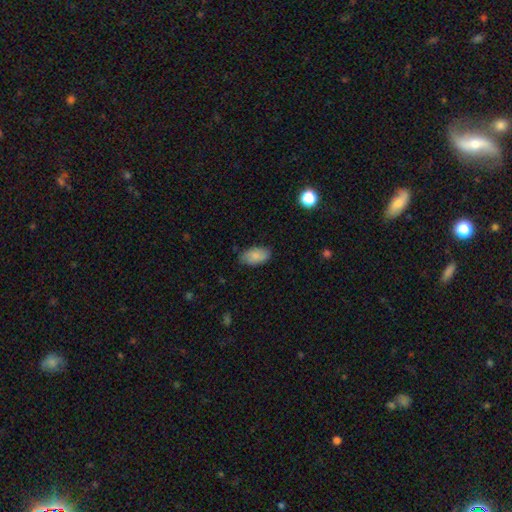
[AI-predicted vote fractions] Smooth or featured? smooth (82%)
How rounded? in between (94%)
Merging? none (77%)